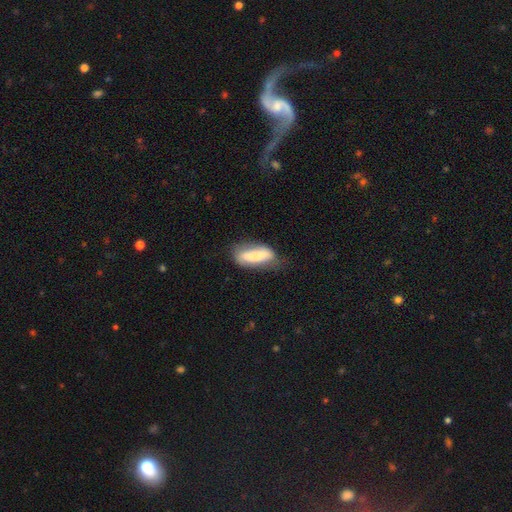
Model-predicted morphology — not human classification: smooth-or-featured: smooth: 70% | featured or disk: 24% | star or artifact: 6%
  how-rounded: in between: 61% | cigar-shaped: 36% | round: 2%
  merging: none: 56% | minor disturbance: 30% | major disturbance: 11% | merger: 3%